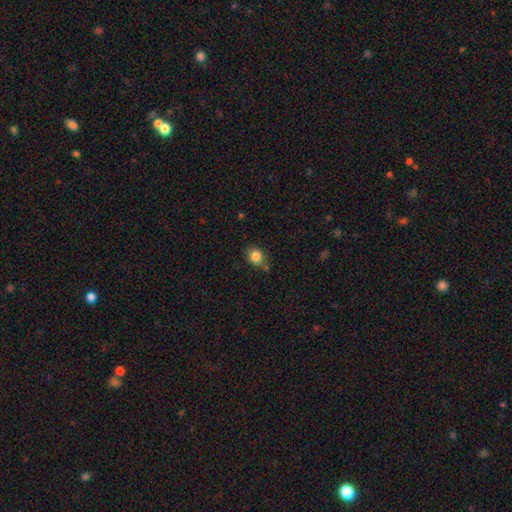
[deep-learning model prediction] smooth_or_featured: smooth (p=0.84) [alt: star or artifact p=0.10]
how_rounded: round (p=0.67) [alt: in between p=0.32]
merging: none (p=0.66) [alt: minor disturbance p=0.21]